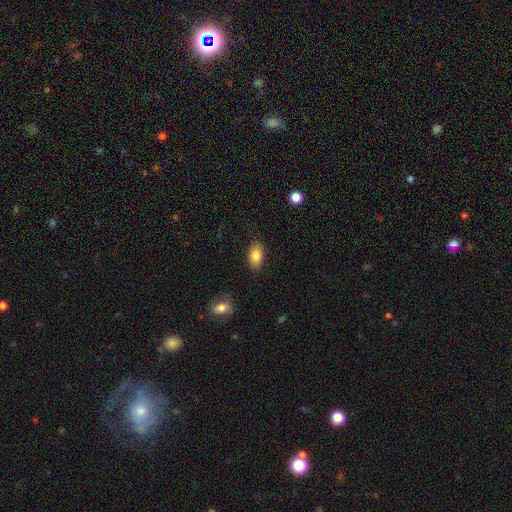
Smooth or featured?
  - smooth: 85% *
  - featured or disk: 8%
  - star or artifact: 8%
How rounded?
  - in between: 85% *
  - round: 9%
  - cigar-shaped: 6%
Merging?
  - none: 86% *
  - minor disturbance: 11%
  - major disturbance: 3%
  - merger: 0%